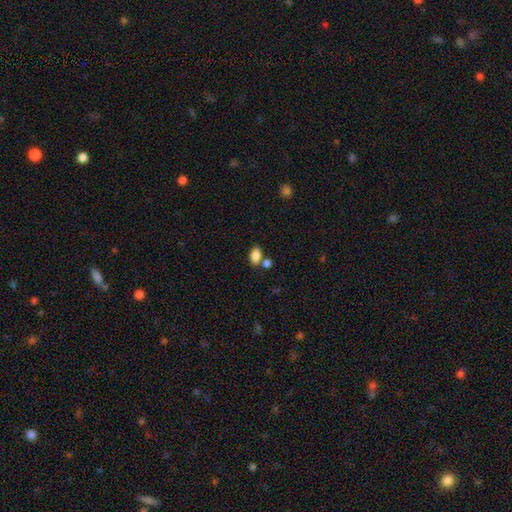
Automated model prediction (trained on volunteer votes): A smooth galaxy with no disk features (85%) that is in between round and cigar-shaped (87%).

Vote fractions:
- Smooth or featured? smooth: 85% / star or artifact: 9% / featured or disk: 6%
- How rounded? in between: 87% / round: 12% / cigar-shaped: 2%
- Merging? none: 60% / merger: 25% / minor disturbance: 11% / major disturbance: 4%